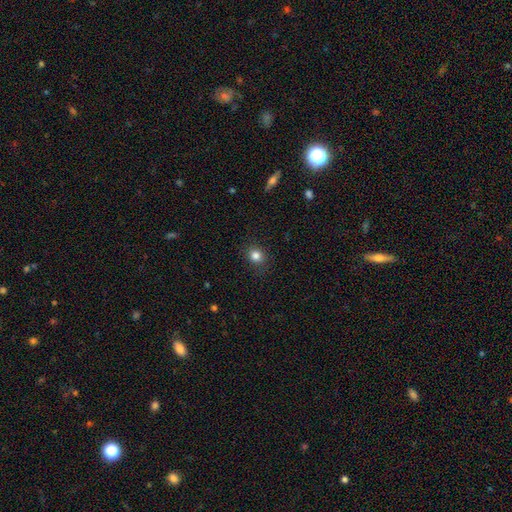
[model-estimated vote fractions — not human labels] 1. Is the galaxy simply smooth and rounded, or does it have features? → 83% smooth, 12% star or artifact, 5% featured or disk.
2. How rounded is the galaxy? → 78% round, 21% in between, 1% cigar-shaped.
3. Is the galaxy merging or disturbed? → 87% none, 9% minor disturbance, 3% major disturbance, 1% merger.